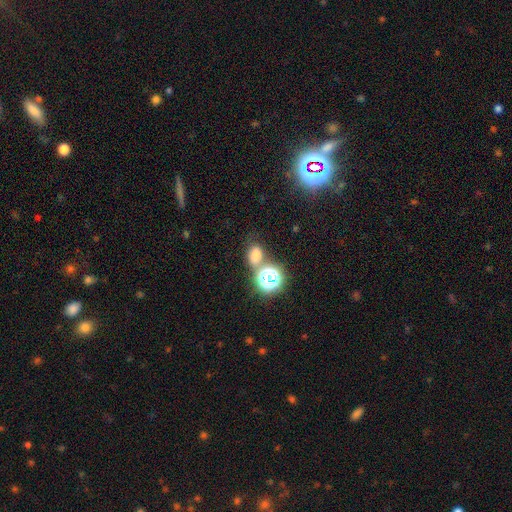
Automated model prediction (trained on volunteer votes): Smooth or featured: smooth — 66% (star or artifact — 26%)
How rounded: in between — 64% (round — 35%)
Merging: none — 56% (merger — 26%)